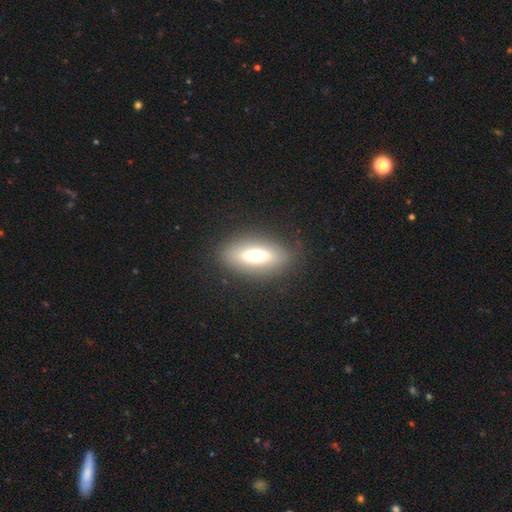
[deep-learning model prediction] smooth_or_featured: smooth (p=0.57) [alt: featured or disk p=0.35]
how_rounded: in between (p=0.73) [alt: cigar-shaped p=0.23]
merging: none (p=0.85) [alt: minor disturbance p=0.10]